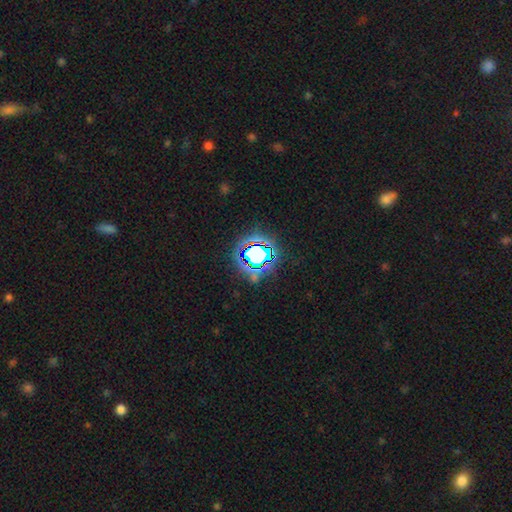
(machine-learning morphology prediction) smooth-or-featured: star or artifact: 68% | smooth: 20% | featured or disk: 13%